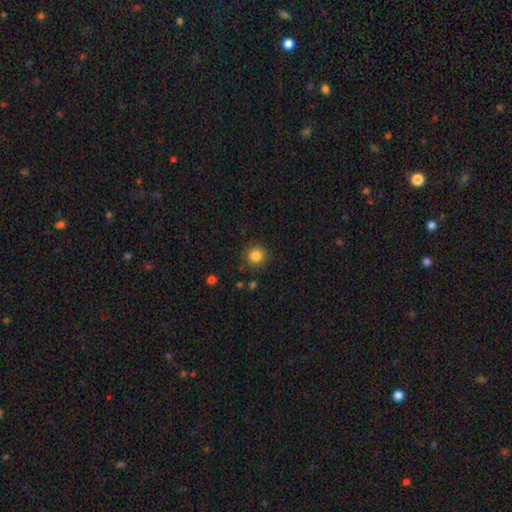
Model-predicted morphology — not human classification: Smooth or featured? smooth (85%)
How rounded? round (94%)
Merging? none (89%)